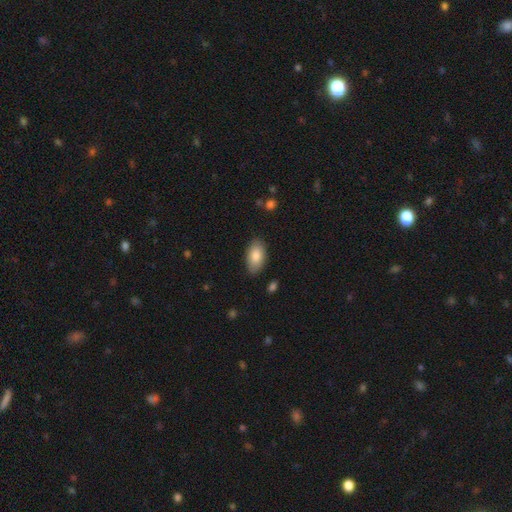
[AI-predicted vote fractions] Morphology: type=smooth (84%); roundness=in between (94%); merging=none (84%).